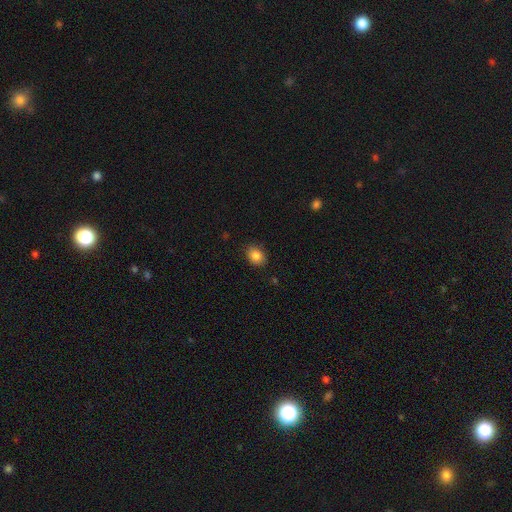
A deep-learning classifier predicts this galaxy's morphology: The model was most divided on "how rounded": in between: 55%, round: 44%, cigar-shaped: 1%. More confident: merging — none (87%); smooth or featured — smooth (85%).